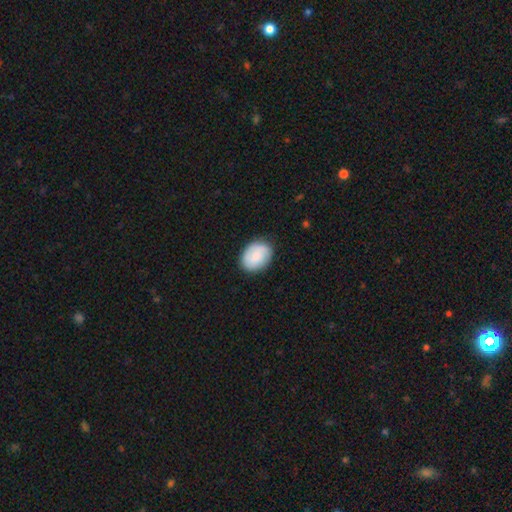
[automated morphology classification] The model was most divided on "how rounded": in between: 65%, round: 34%, cigar-shaped: 1%. More confident: merging — none (85%); smooth or featured — smooth (79%).